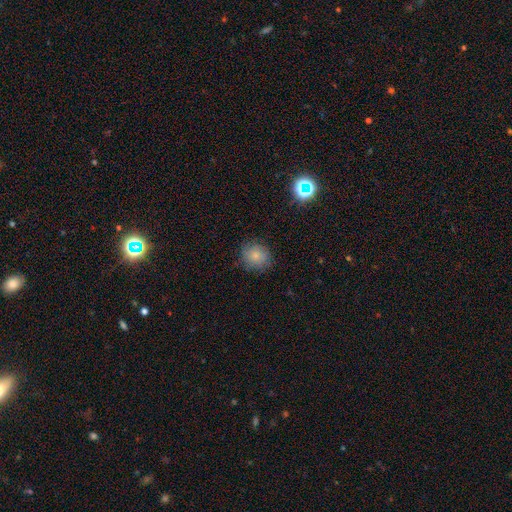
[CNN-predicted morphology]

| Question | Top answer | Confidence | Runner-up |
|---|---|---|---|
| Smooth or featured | smooth | 79% | featured or disk (11%) |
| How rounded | round | 81% | in between (18%) |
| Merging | none | 81% | minor disturbance (14%) |